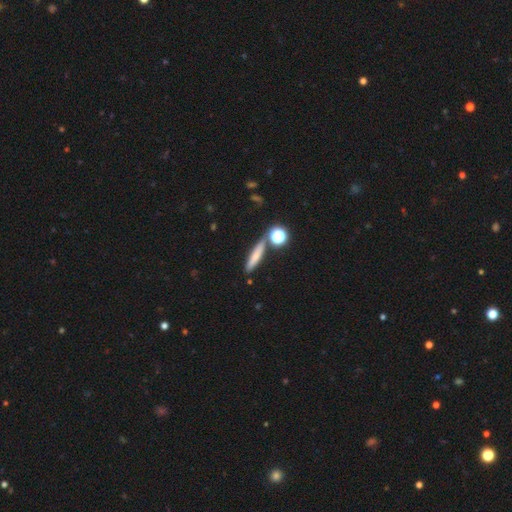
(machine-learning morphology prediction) smooth_or_featured: smooth (p=0.68) [alt: featured or disk p=0.19]
how_rounded: cigar-shaped (p=0.75) [alt: in between p=0.15]
merging: none (p=0.77) [alt: minor disturbance p=0.11]